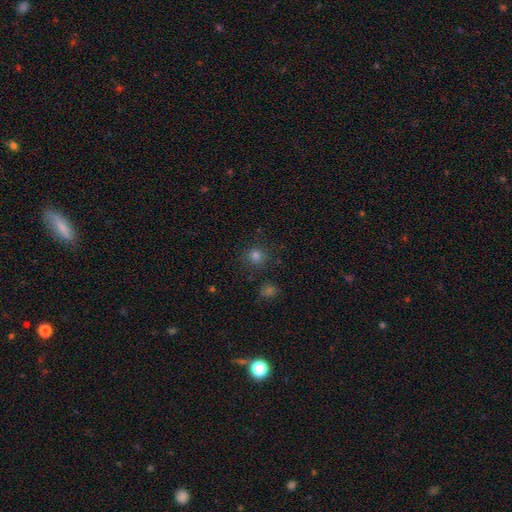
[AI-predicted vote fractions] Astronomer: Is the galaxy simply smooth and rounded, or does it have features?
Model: smooth — 78%.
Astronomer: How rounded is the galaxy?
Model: round — 88%.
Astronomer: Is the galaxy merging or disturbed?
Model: none — 83%.